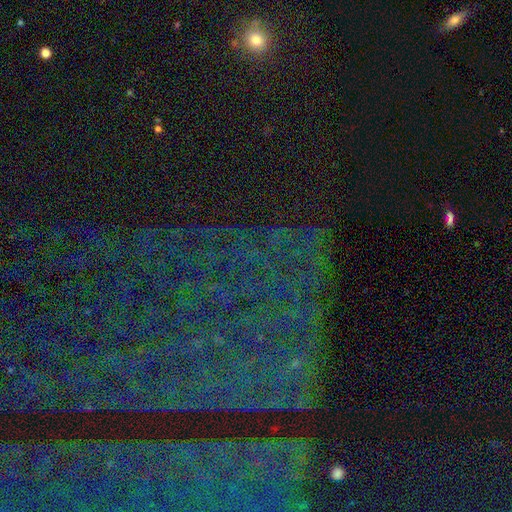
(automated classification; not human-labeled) Smooth or featured?
  - star or artifact: 79% *
  - featured or disk: 11%
  - smooth: 10%